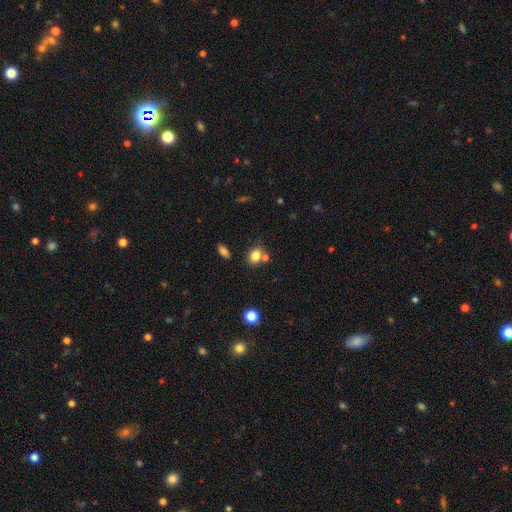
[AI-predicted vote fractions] A smooth galaxy with no disk features (80%) that is in between round and cigar-shaped (51%).

Vote fractions:
- Smooth or featured? smooth: 80% / star or artifact: 11% / featured or disk: 8%
- How rounded? in between: 51% / round: 47% / cigar-shaped: 1%
- Merging? none: 61% / merger: 24% / minor disturbance: 12% / major disturbance: 4%